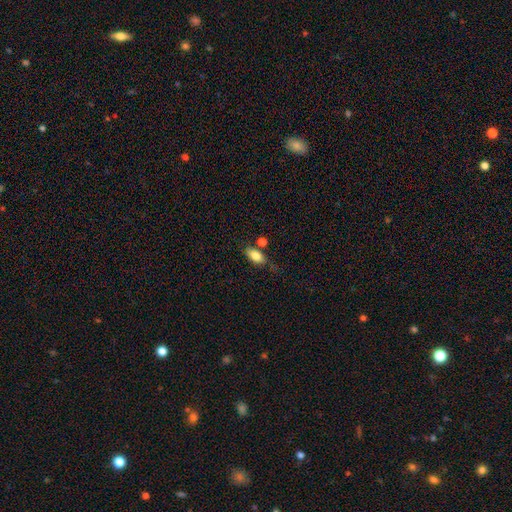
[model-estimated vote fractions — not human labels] The model was most divided on "merging": none: 63%, minor disturbance: 19%, merger: 12%, major disturbance: 6%. More confident: how rounded — in between (86%); smooth or featured — smooth (79%).